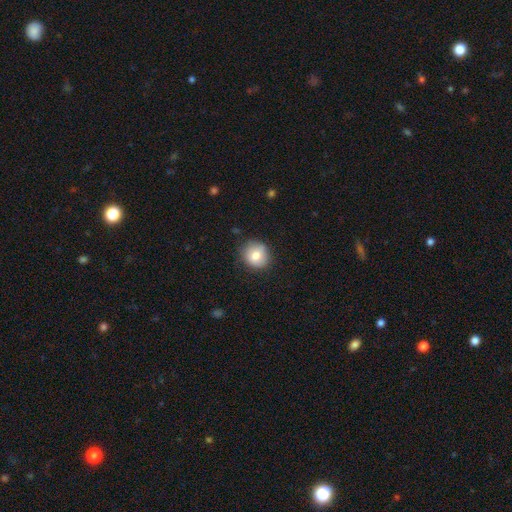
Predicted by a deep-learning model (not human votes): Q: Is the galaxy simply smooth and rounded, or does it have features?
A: smooth — 78%.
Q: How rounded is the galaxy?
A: round — 86%.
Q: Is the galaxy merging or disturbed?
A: none — 82%.